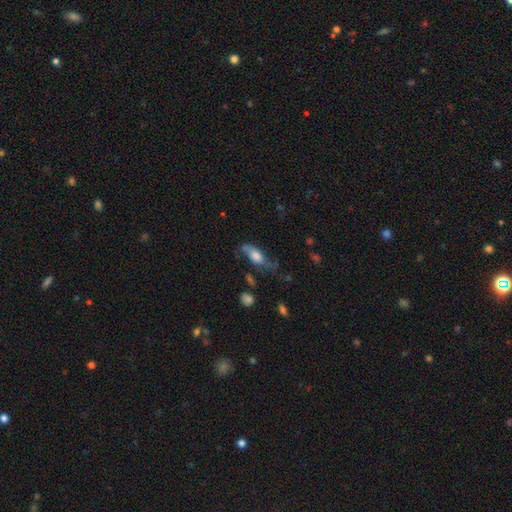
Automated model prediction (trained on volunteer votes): smooth_or_featured: smooth (p=0.50) [alt: featured or disk p=0.41]
how_rounded: in between (p=0.73) [alt: cigar-shaped p=0.22]
merging: none (p=0.49) [alt: minor disturbance p=0.29]